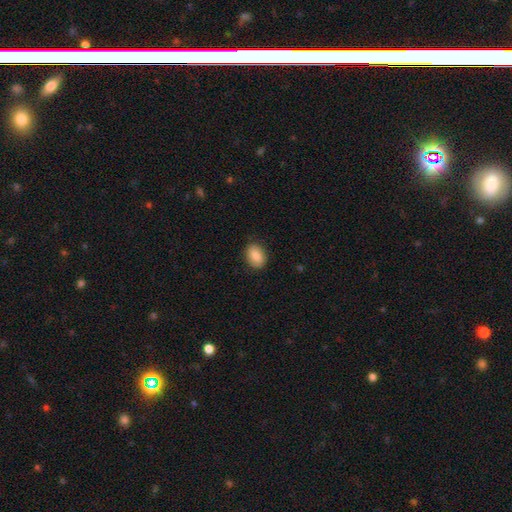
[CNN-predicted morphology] Smooth or featured? Predicted: smooth (p=0.84). How rounded? Predicted: in between (p=0.78). Merging? Predicted: none (p=0.86).